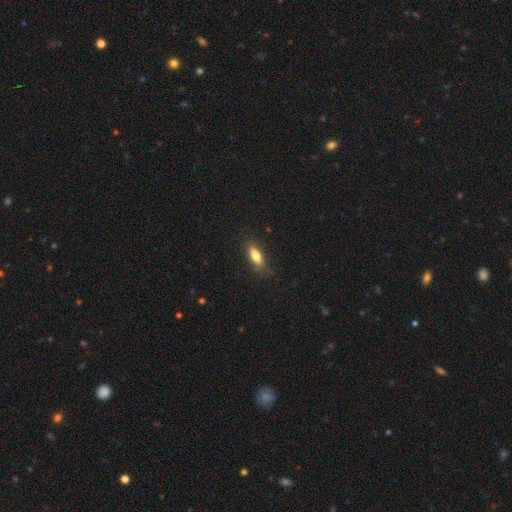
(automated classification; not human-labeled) smooth-or-featured: smooth: 73% | featured or disk: 19% | star or artifact: 7%
  how-rounded: in between: 64% | cigar-shaped: 34% | round: 3%
  merging: none: 79% | minor disturbance: 16% | major disturbance: 4% | merger: 1%